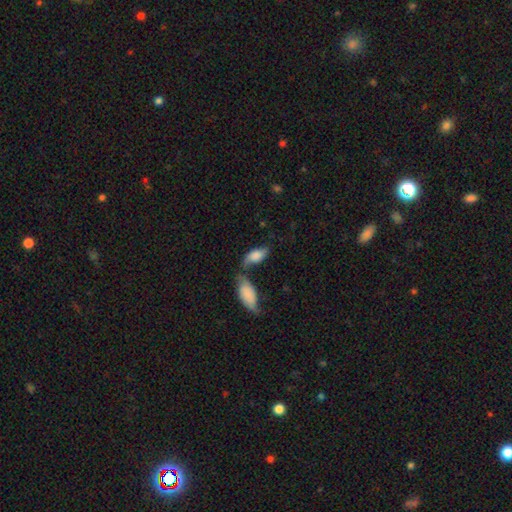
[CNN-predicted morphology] A smooth galaxy with no disk features (75%) that is in between round and cigar-shaped (90%).

Vote fractions:
- Smooth or featured? smooth: 75% / featured or disk: 18% / star or artifact: 7%
- How rounded? in between: 90% / cigar-shaped: 7% / round: 3%
- Merging? merger: 37% / none: 34% / minor disturbance: 19% / major disturbance: 10%